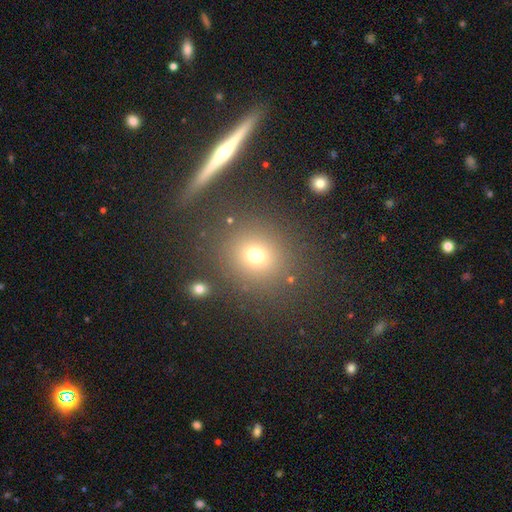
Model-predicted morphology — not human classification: Smooth or featured?
  - smooth: 71% *
  - star or artifact: 20%
  - featured or disk: 9%
How rounded?
  - round: 85% *
  - in between: 14%
  - cigar-shaped: 1%
Merging?
  - none: 82% *
  - minor disturbance: 8%
  - merger: 5%
  - major disturbance: 5%